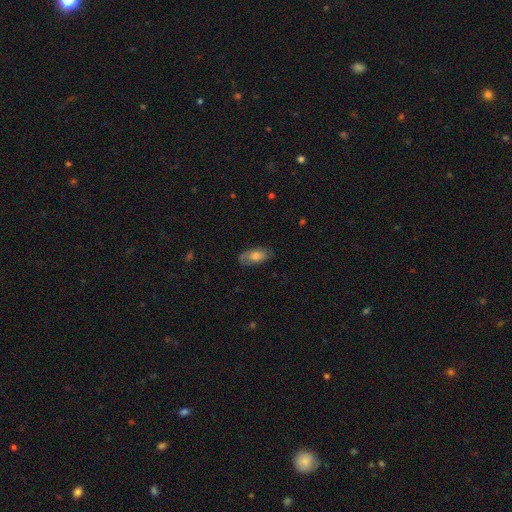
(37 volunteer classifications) Smooth or featured: smooth — 54% (featured or disk — 38%)
How rounded: in between — 95% (cigar-shaped — 5%)
Merging: none — 88% (minor disturbance — 6%)